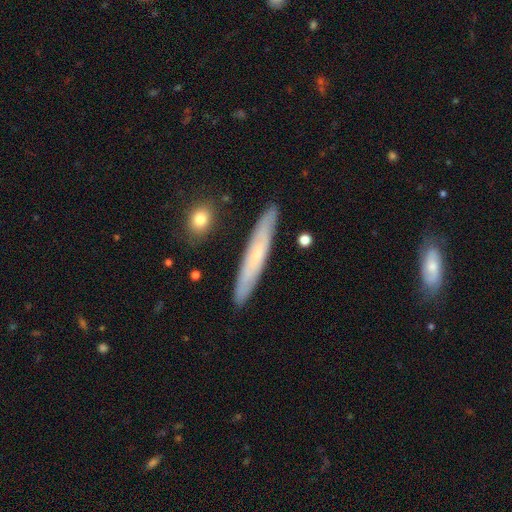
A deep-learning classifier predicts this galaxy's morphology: type=smooth (48%); merging=none (88%).